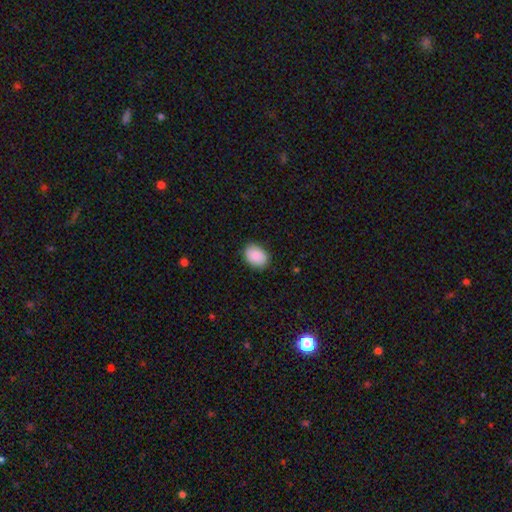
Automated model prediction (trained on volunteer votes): Morphology: type=smooth (90%); roundness=in between (69%); merging=none (85%).